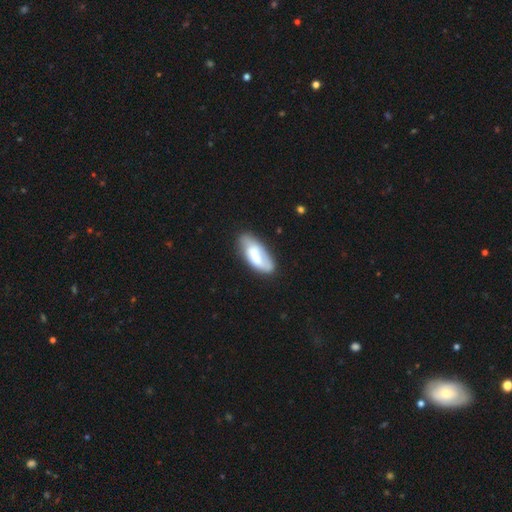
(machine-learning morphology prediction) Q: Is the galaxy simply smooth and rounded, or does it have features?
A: smooth — 59%.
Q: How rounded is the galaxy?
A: in between — 84%.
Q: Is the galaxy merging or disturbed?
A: none — 58%.